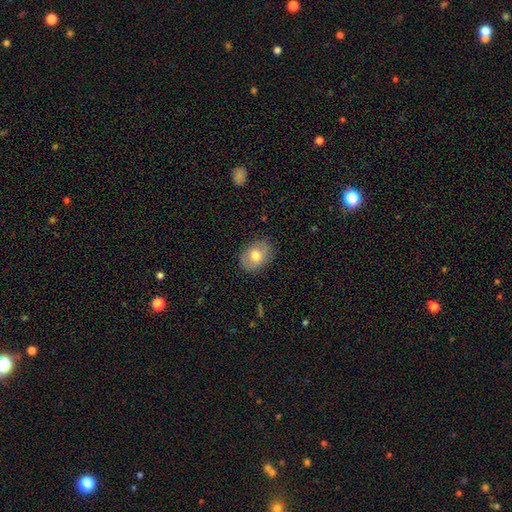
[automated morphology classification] This is likely a smooth galaxy (70%). How rounded: likely in between (64%). Merging: clearly none (84%).